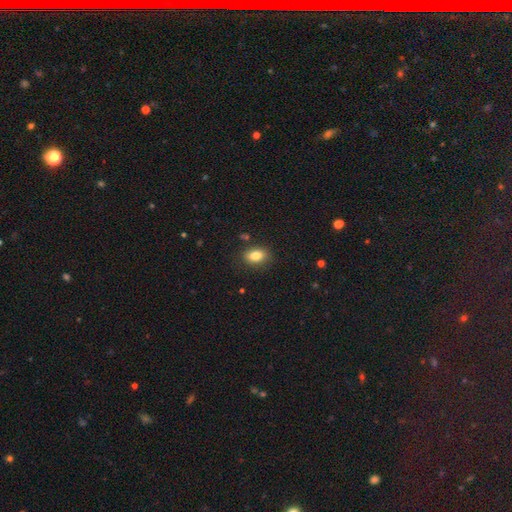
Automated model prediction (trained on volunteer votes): A smooth galaxy with no disk features (82%) that is in between round and cigar-shaped (81%). Merging: none (84%).